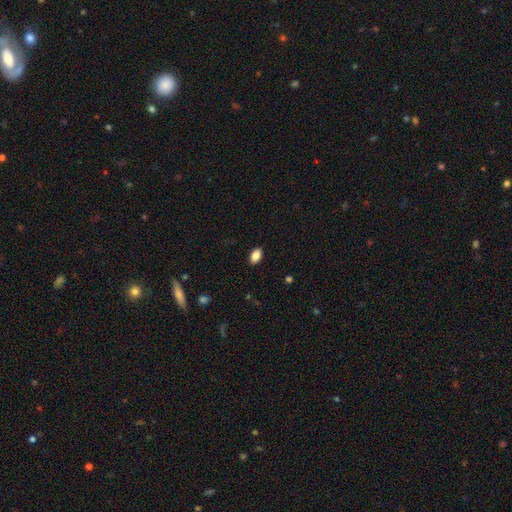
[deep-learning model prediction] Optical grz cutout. It shows a smooth galaxy with no disk features (87%) that is in between round and cigar-shaped (90%). Merging: none (88%).